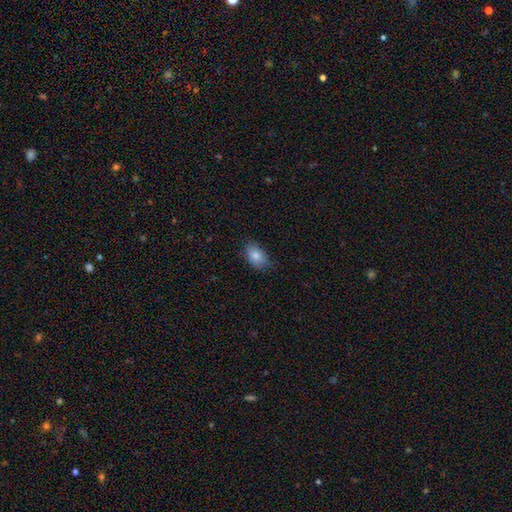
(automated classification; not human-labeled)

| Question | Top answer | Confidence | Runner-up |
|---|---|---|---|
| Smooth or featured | smooth | 83% | featured or disk (9%) |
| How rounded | in between | 89% | round (10%) |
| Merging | none | 78% | minor disturbance (18%) |